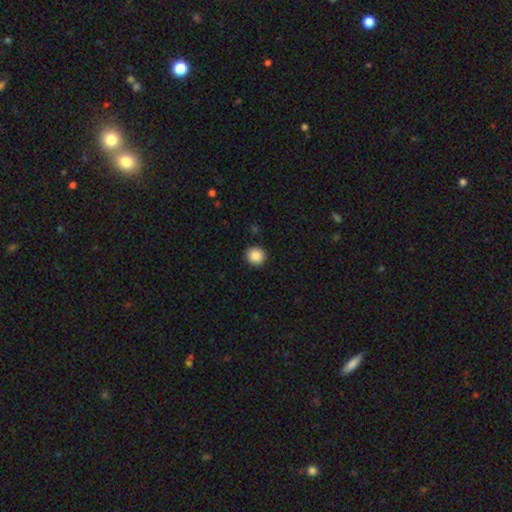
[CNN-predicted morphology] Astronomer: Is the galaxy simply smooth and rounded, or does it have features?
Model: smooth — 88%.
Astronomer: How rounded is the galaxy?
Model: round — 93%.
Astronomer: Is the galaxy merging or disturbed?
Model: none — 92%.